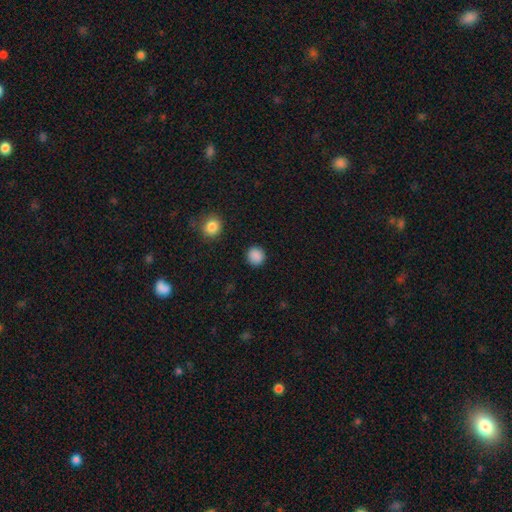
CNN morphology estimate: Overall: smooth (88%). How rounded: round (92%). Merging: none (91%).